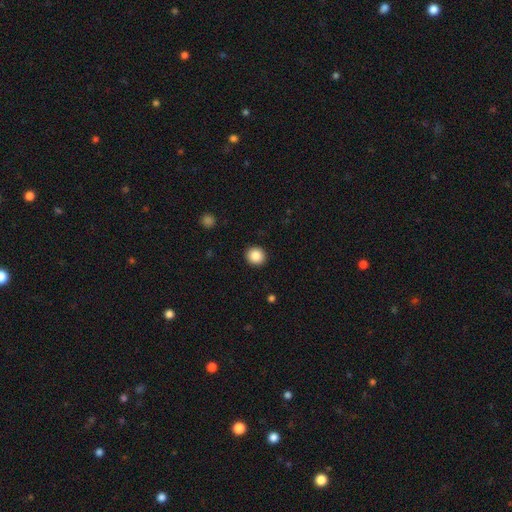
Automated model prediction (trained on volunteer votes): smooth 87%, star or artifact 9%, featured or disk 4%. Down the decision tree: how rounded — round (90%); merging — none (92%).